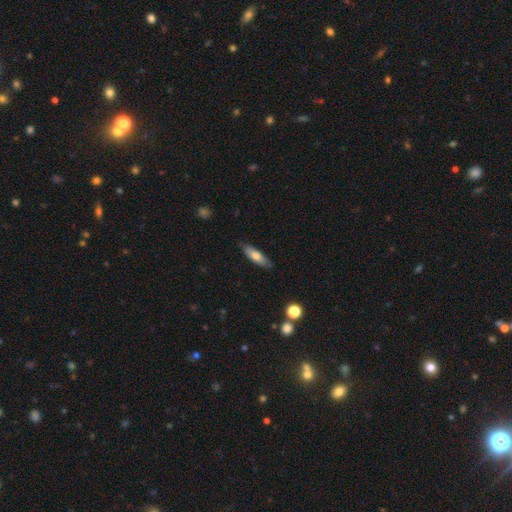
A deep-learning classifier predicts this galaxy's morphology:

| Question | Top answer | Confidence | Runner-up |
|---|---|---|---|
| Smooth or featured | smooth | 69% | featured or disk (25%) |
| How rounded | cigar-shaped | 55% | in between (43%) |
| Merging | none | 83% | minor disturbance (13%) |